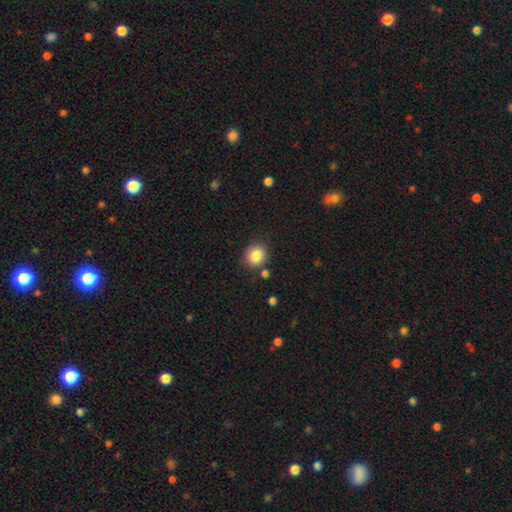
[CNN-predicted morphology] smooth-or-featured: smooth: 86% | star or artifact: 9% | featured or disk: 5%
  how-rounded: round: 83% | in between: 16% | cigar-shaped: 1%
  merging: none: 82% | minor disturbance: 10% | merger: 5% | major disturbance: 3%